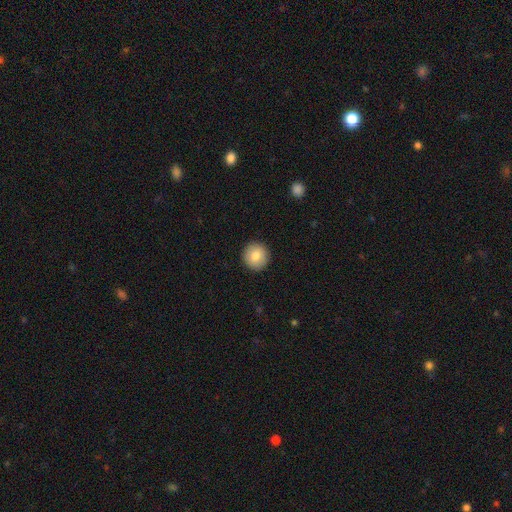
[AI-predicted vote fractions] This is clearly a smooth galaxy (82%). How rounded: clearly round (95%). Merging: clearly none (93%).